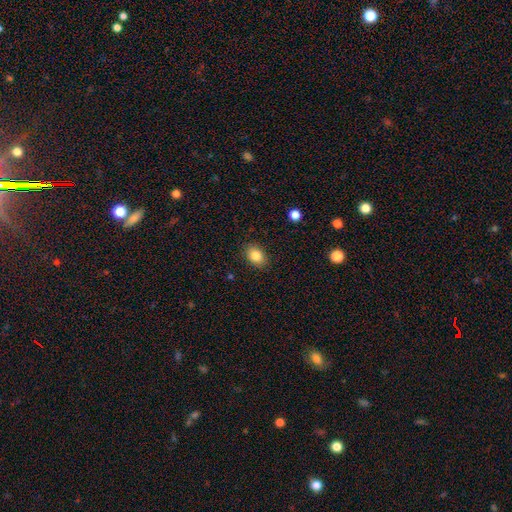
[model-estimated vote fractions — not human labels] smooth 85%, star or artifact 9%, featured or disk 7%. Down the decision tree: how rounded — in between (71%); merging — none (87%).